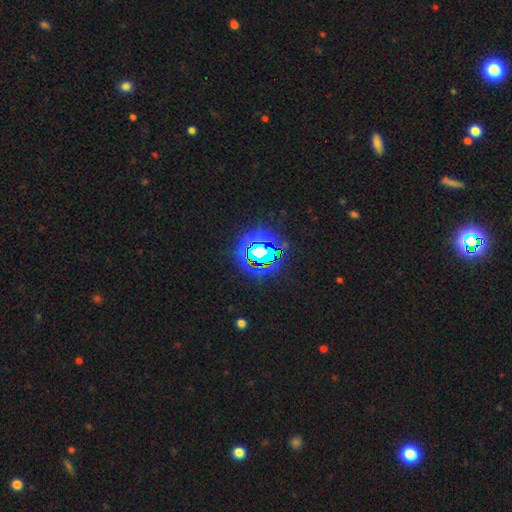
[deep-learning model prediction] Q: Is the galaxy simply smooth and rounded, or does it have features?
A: star or artifact — 72%.